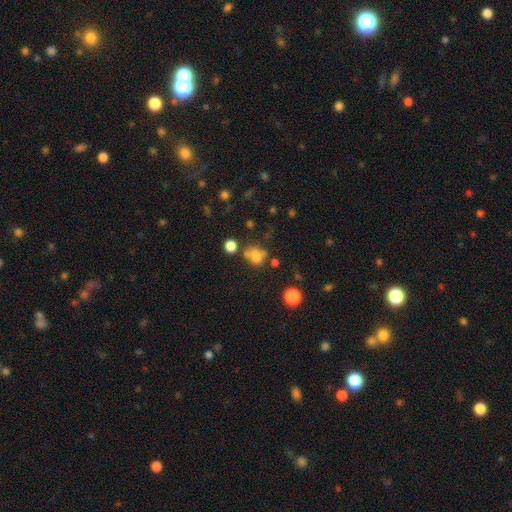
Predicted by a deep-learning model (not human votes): Smooth or featured? Predicted: smooth (p=0.62). How rounded? Predicted: round (p=0.50). Merging? Predicted: none (p=0.41).